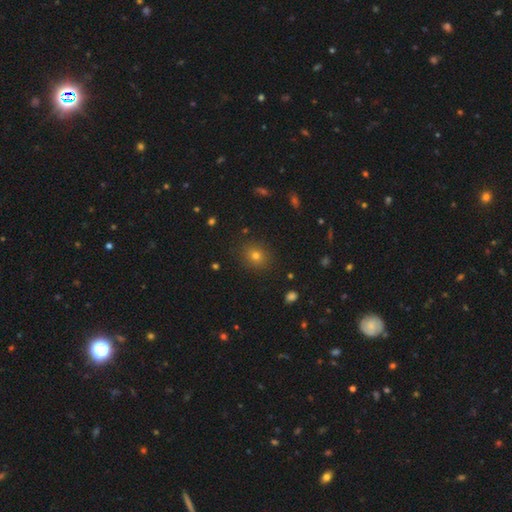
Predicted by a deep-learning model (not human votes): A smooth galaxy with no disk features (71%) that is round (77%). Merging: none (88%).